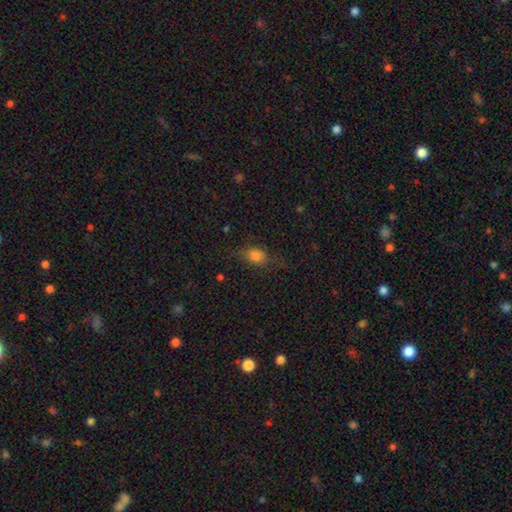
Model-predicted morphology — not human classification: smooth_or_featured: smooth (p=0.76) [alt: star or artifact p=0.13]
how_rounded: in between (p=0.66) [alt: round p=0.28]
merging: none (p=0.66) [alt: minor disturbance p=0.23]